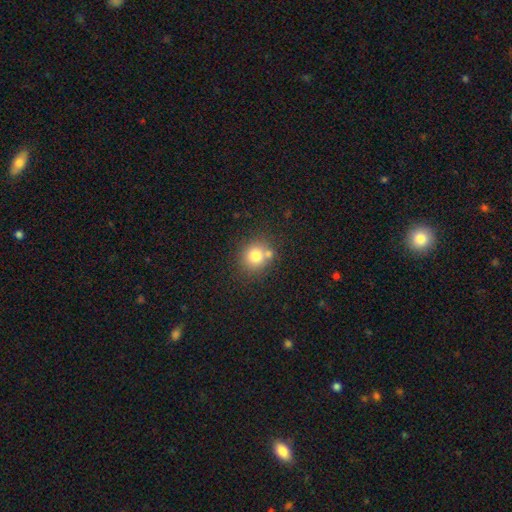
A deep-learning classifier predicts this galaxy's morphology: Smooth or featured? smooth (76%)
How rounded? round (84%)
Merging? none (66%)